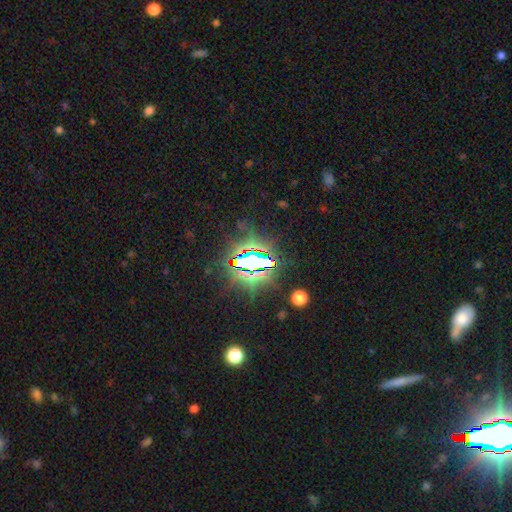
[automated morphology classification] A star or artifact, not a galaxy (84%).